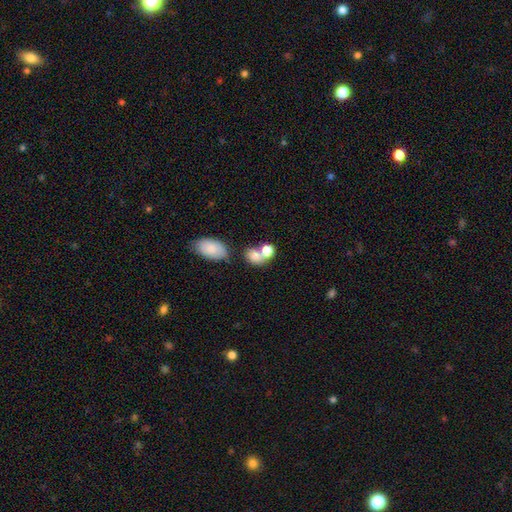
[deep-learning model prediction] The model was most divided on "how rounded": in between: 51%, round: 48%, cigar-shaped: 2%. Remaining: smooth or featured — smooth (78%); merging — merger (49%).